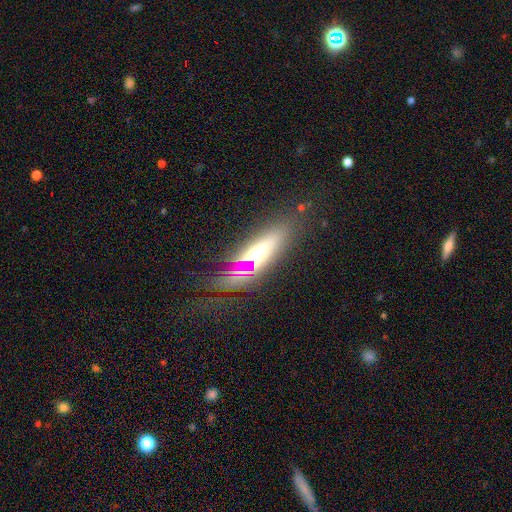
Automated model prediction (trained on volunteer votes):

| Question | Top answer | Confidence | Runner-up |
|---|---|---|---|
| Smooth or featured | smooth | 43% | featured or disk (41%) |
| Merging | none | 73% | minor disturbance (15%) |